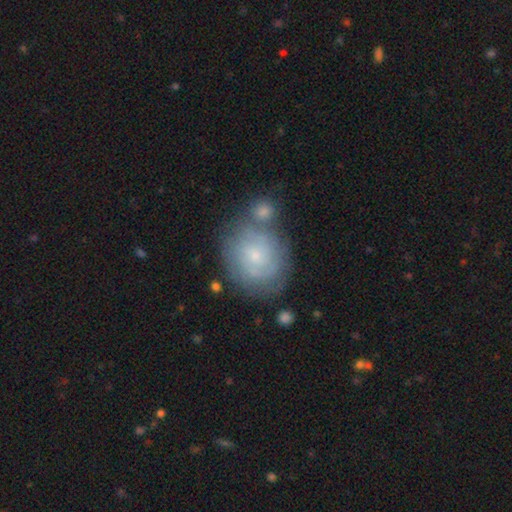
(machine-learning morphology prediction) A featured or disk galaxy (58%) with no bar (75%), spiral arms (81%) and a small central bulge (76%). Merging: none (59%).